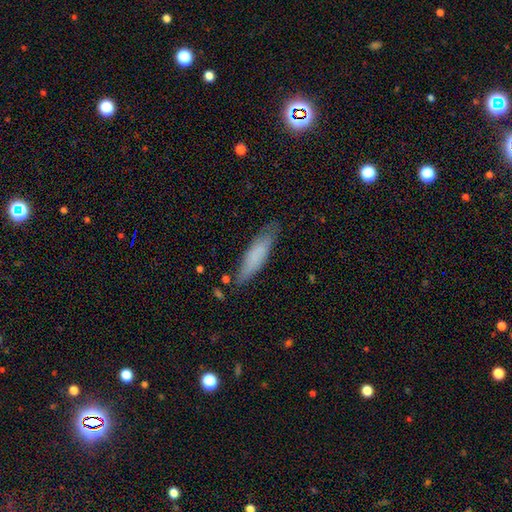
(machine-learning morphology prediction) A smooth galaxy with no disk features (75%) that is cigar-shaped (67%). Merging: none (74%).